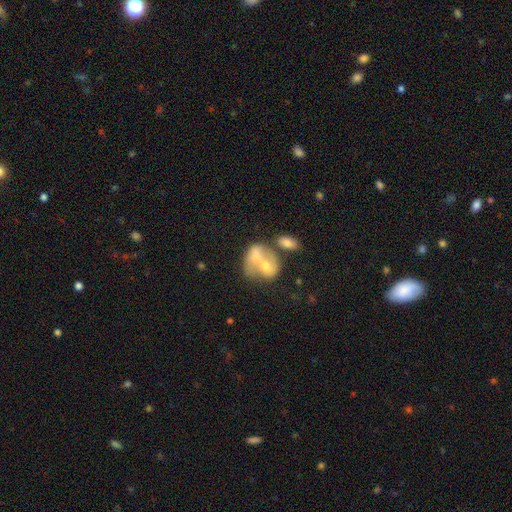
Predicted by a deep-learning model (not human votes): The model was most divided on "how rounded": in between: 60%, round: 39%, cigar-shaped: 1%. More confident: merging — merger (72%); smooth or featured — smooth (58%).